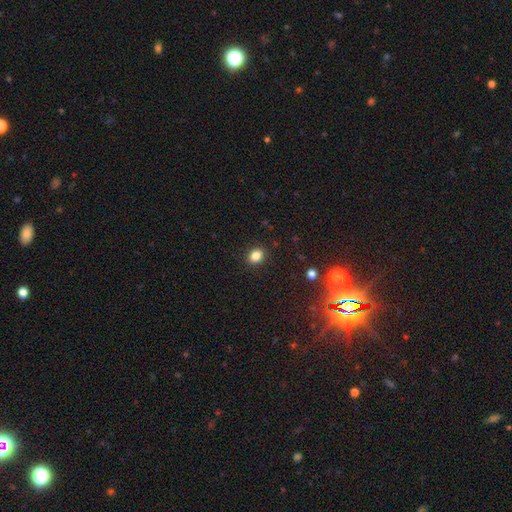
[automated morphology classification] Smooth or featured? smooth (84%)
How rounded? round (50%)
Merging? none (90%)